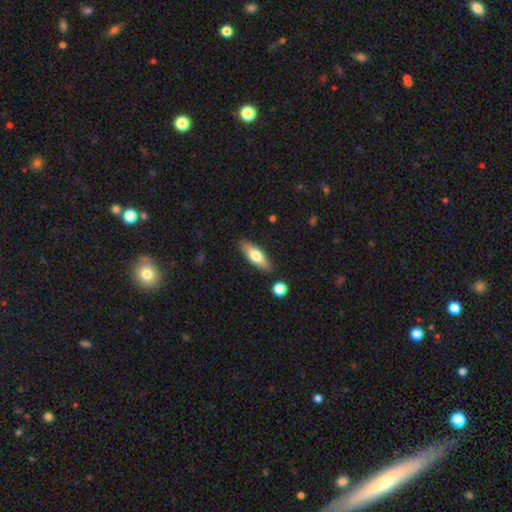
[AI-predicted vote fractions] Smooth or featured: smooth — 68% (featured or disk — 26%)
How rounded: in between — 61% (cigar-shaped — 36%)
Merging: none — 85% (minor disturbance — 10%)